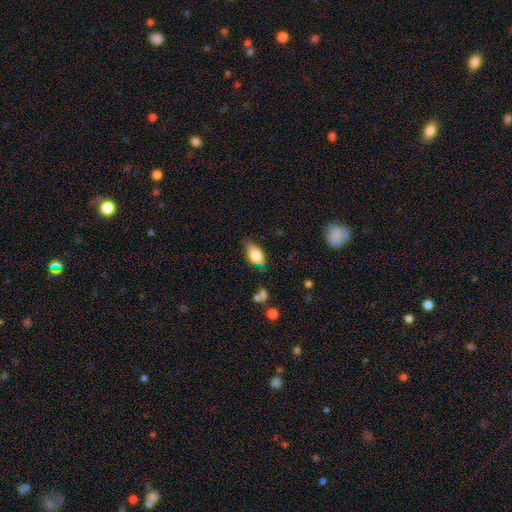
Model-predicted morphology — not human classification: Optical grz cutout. It shows a smooth galaxy with no disk features (76%) that is in between round and cigar-shaped (88%). Merging: none (66%).